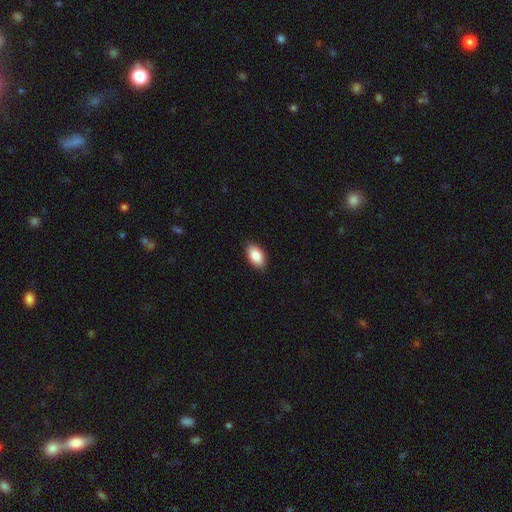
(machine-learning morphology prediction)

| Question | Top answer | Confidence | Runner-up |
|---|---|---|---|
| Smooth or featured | smooth | 86% | featured or disk (7%) |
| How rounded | in between | 94% | round (4%) |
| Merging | none | 88% | minor disturbance (9%) |